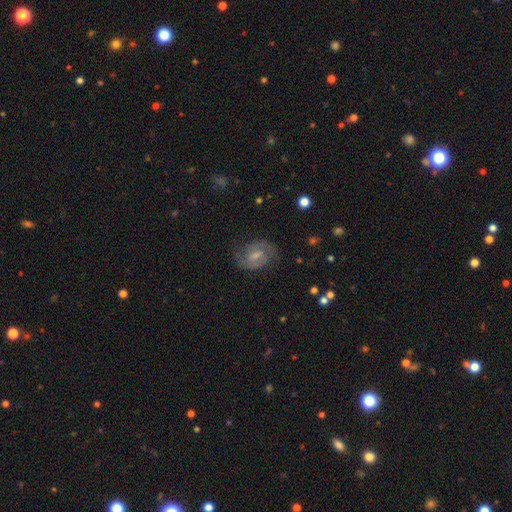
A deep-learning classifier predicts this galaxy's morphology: Smooth or featured: featured or disk — 69% (smooth — 23%)
Edge-on disk: no — 97% (yes — 3%)
Bar: weak — 57% (no — 24%)
Spiral arms: yes — 90% (no — 10%)
Spiral winding: medium — 50% (tight — 32%)
Spiral arm count: 2 — 84% (can't tell — 10%)
Bulge size: small — 39% (moderate — 36%)
Merging: none — 70% (minor disturbance — 18%)